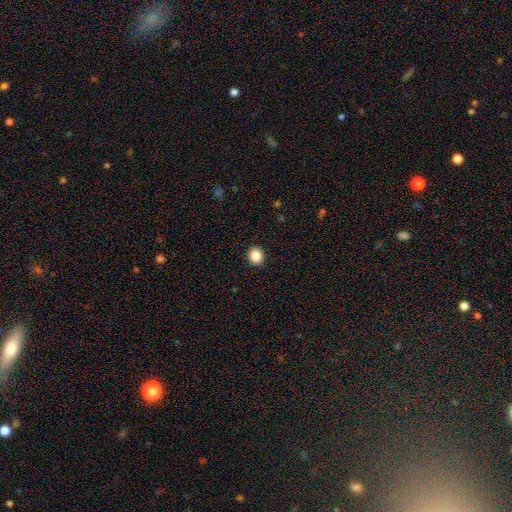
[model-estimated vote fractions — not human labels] Smooth or featured?
  - smooth: 87% *
  - star or artifact: 10%
  - featured or disk: 3%
How rounded?
  - round: 87% *
  - in between: 12%
  - cigar-shaped: 1%
Merging?
  - none: 93% *
  - minor disturbance: 5%
  - major disturbance: 2%
  - merger: 1%